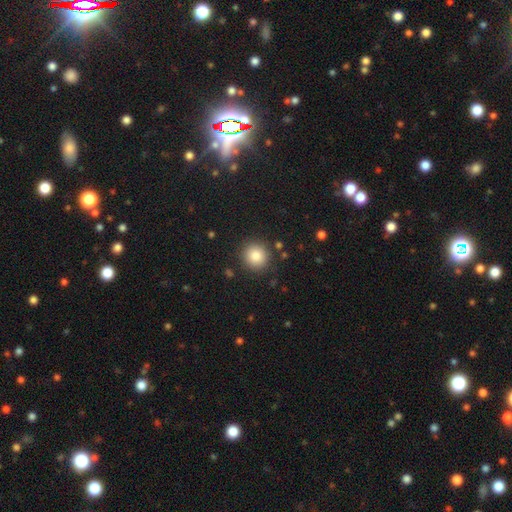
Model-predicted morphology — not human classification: A smooth galaxy with no disk features (84%) that is round (92%). Merging: none (89%).